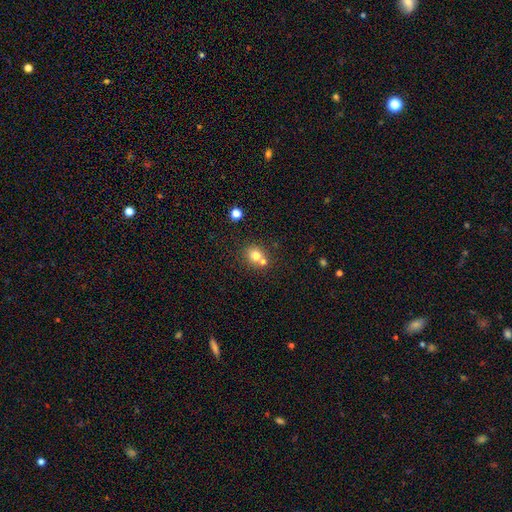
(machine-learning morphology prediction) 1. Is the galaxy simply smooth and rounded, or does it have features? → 74% smooth, 14% star or artifact, 12% featured or disk.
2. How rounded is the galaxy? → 81% round, 18% in between, 1% cigar-shaped.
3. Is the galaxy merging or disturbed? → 54% none, 36% merger, 8% minor disturbance, 3% major disturbance.